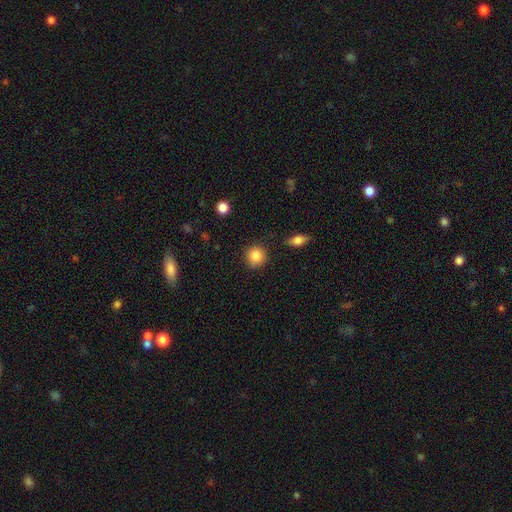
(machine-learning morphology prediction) The model was most divided on "smooth or featured": smooth: 86%, star or artifact: 9%, featured or disk: 5%. More confident: how rounded — round (91%); merging — none (87%).